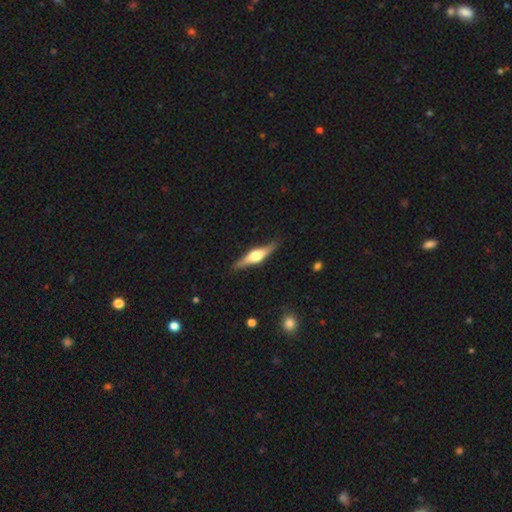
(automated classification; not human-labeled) featured or disk 68%, smooth 26%, star or artifact 5%. Down the decision tree: edge-on disk — yes (96%); edge-on bulge — rounded (93%); merging — none (87%).